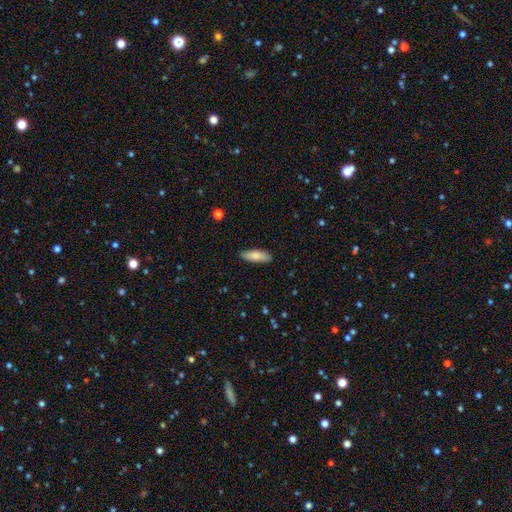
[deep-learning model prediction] Morphology: type=smooth (82%); roundness=in between (61%); merging=none (86%).